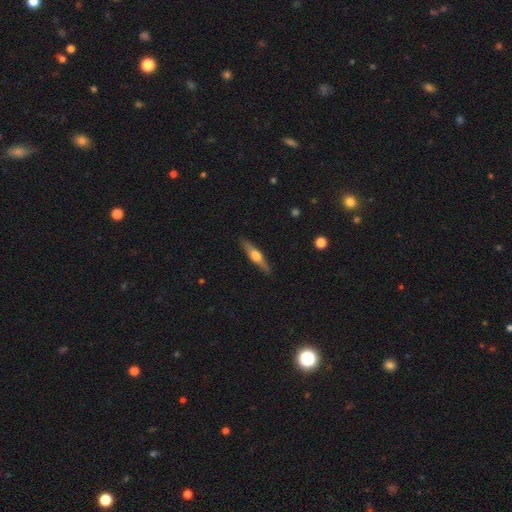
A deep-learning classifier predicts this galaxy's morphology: Q: Smooth or featured?
A: featured or disk (64%); runner-up: smooth (30%)
Q: Edge-on disk?
A: yes (96%); runner-up: no (4%)
Q: Edge-on bulge?
A: rounded (93%); runner-up: boxy (4%)
Q: Merging?
A: none (90%); runner-up: minor disturbance (7%)